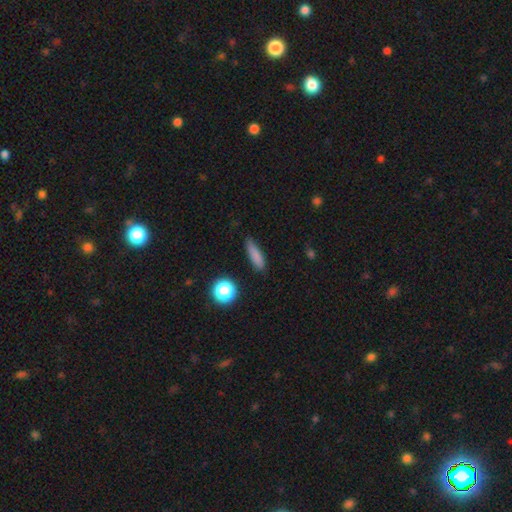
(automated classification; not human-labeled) A smooth galaxy with no disk features (81%) that is cigar-shaped (64%). Merging: none (75%).